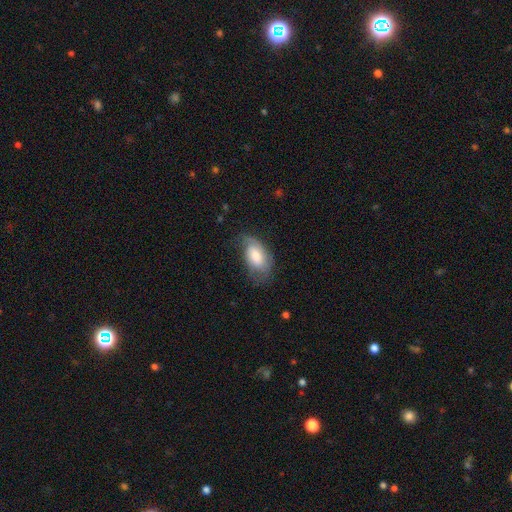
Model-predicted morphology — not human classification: This is possibly a smooth galaxy (58%). How rounded: clearly in between (93%). Merging: possibly none (51%).